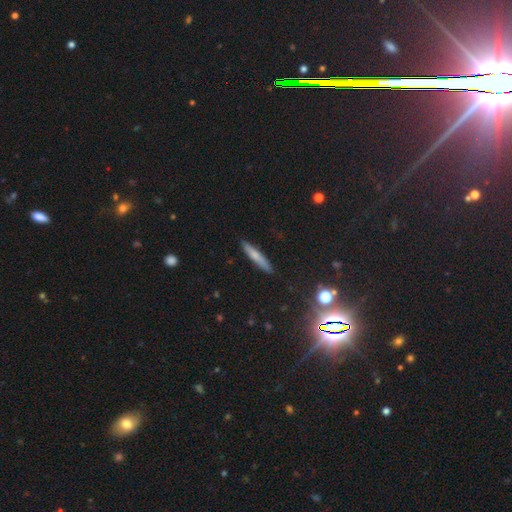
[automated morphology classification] Smooth or featured: smooth — 66% (featured or disk — 26%)
How rounded: cigar-shaped — 92% (in between — 7%)
Merging: none — 88% (minor disturbance — 9%)